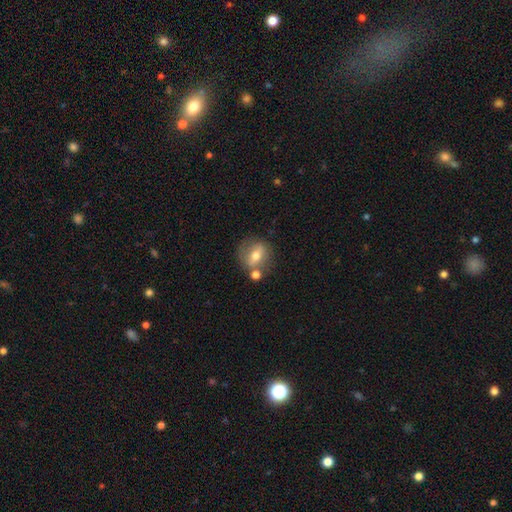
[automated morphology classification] Smooth or featured? smooth (57%)
How rounded? round (58%)
Merging? none (59%)